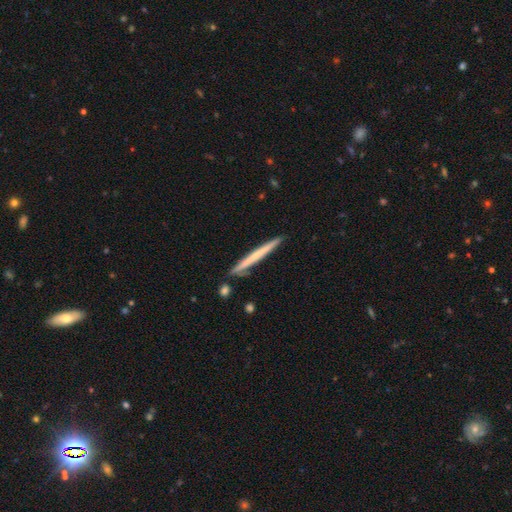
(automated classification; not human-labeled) Overall: smooth (49%; featured or disk 45%). Merging: none (87%).